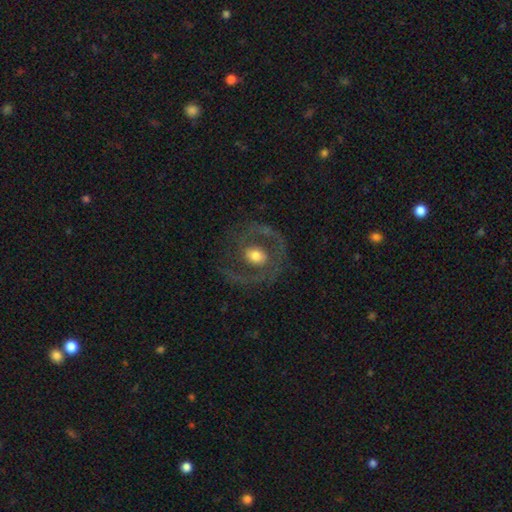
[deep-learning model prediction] Smooth or featured? featured or disk (78%)
Edge-on disk? no (97%)
Bar? no (51%)
Spiral arms? yes (79%)
Spiral winding? medium (53%)
Spiral arm count? 2 (83%)
Bulge size? moderate (65%)
Merging? none (74%)